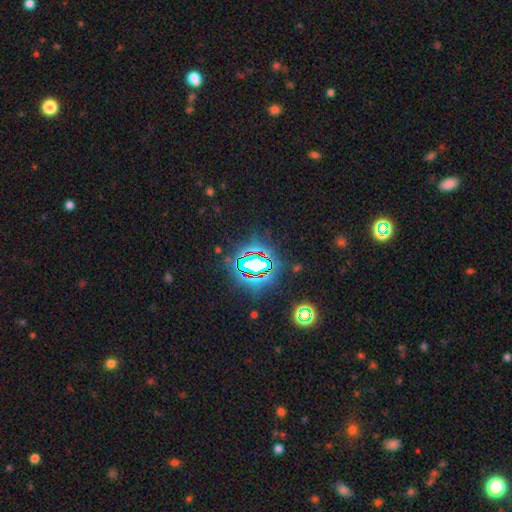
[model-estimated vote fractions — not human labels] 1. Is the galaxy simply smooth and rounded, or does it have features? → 81% star or artifact, 11% smooth, 8% featured or disk.